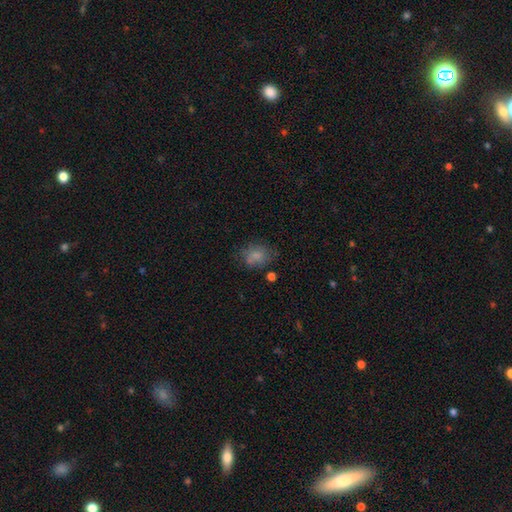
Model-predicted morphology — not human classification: Smooth or featured: smooth — 75% (featured or disk — 13%)
How rounded: in between — 56% (round — 42%)
Merging: none — 58% (minor disturbance — 23%)